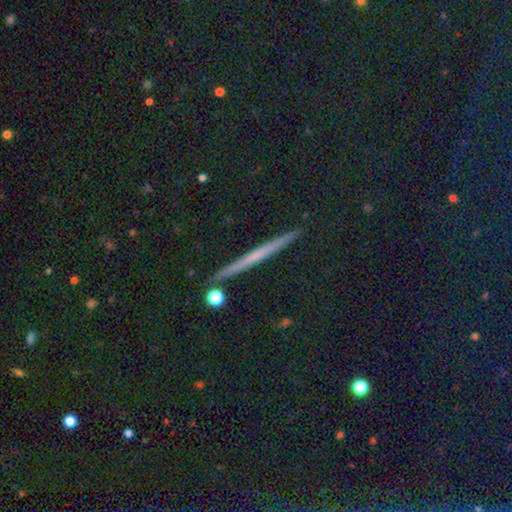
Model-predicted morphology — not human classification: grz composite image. It shows a star or artifact, not a galaxy (43%).